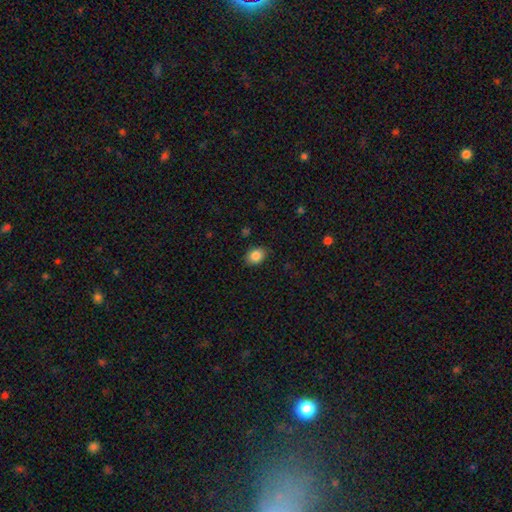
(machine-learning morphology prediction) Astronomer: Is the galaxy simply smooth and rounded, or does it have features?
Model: smooth — 86%.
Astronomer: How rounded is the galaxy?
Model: in between — 62% (runner-up: round, 37%).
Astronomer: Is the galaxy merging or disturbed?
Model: none — 86%.